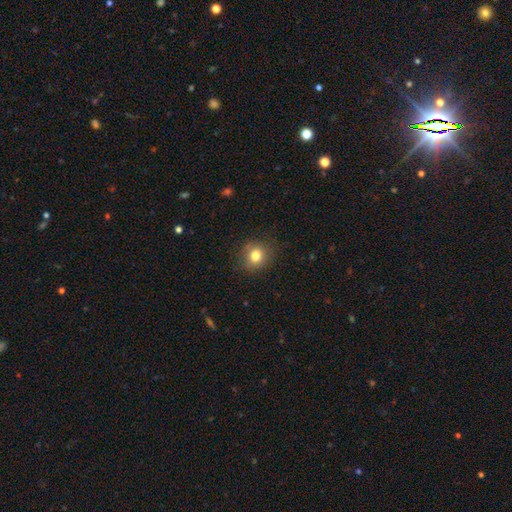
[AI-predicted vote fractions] Smooth or featured? Predicted: smooth (p=0.80). How rounded? Predicted: round (p=0.84). Merging? Predicted: none (p=0.86).